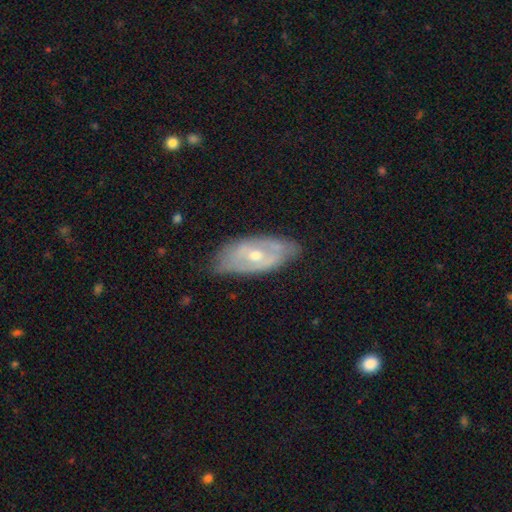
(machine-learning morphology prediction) Smooth or featured?
  - featured or disk: 67% *
  - smooth: 28%
  - star or artifact: 6%
Edge-on disk?
  - no: 87% *
  - yes: 13%
Bar?
  - no: 58% *
  - weak: 30%
  - strong: 11%
Spiral arms?
  - no: 56% *
  - yes: 44%
Bulge size?
  - moderate: 65% *
  - small: 30%
  - large: 3%
  - none: 1%
  - dominant: 1%
Merging?
  - none: 71% *
  - minor disturbance: 23%
  - major disturbance: 5%
  - merger: 1%